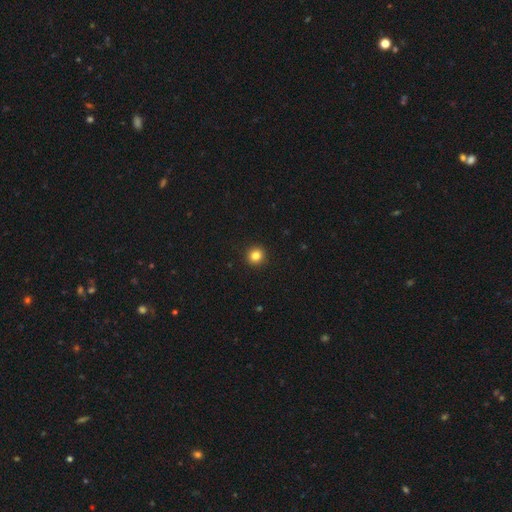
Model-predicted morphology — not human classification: A smooth galaxy with no disk features (83%) that is round (92%).

Vote fractions:
- Smooth or featured? smooth: 83% / star or artifact: 11% / featured or disk: 5%
- How rounded? round: 92% / in between: 7% / cigar-shaped: 1%
- Merging? none: 93% / minor disturbance: 4% / major disturbance: 2% / merger: 1%